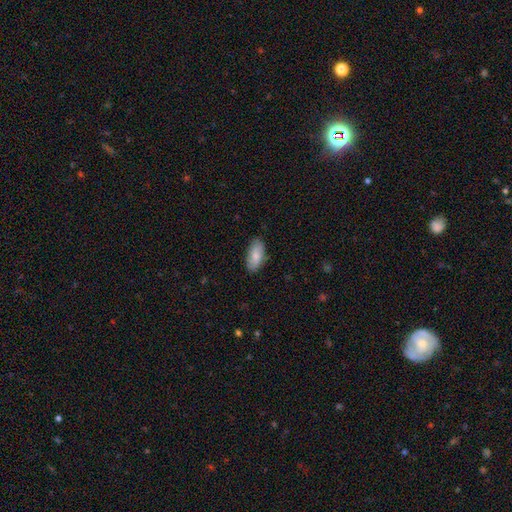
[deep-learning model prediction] Q: Smooth or featured?
A: smooth (77%); runner-up: featured or disk (17%)
Q: How rounded?
A: in between (91%); runner-up: cigar-shaped (7%)
Q: Merging?
A: none (83%); runner-up: minor disturbance (14%)